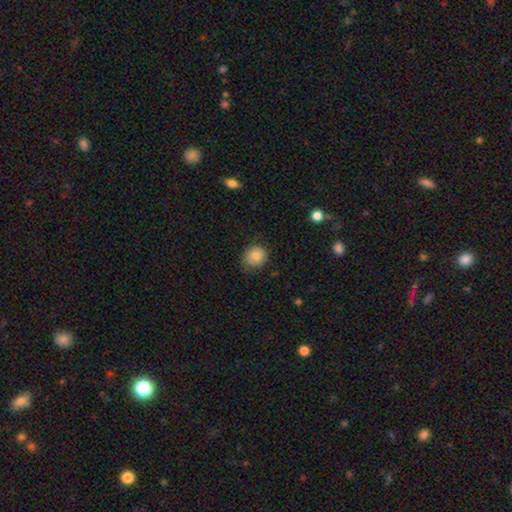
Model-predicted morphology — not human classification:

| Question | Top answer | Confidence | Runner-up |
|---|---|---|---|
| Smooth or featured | smooth | 83% | star or artifact (9%) |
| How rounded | round | 81% | in between (18%) |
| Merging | none | 78% | minor disturbance (18%) |